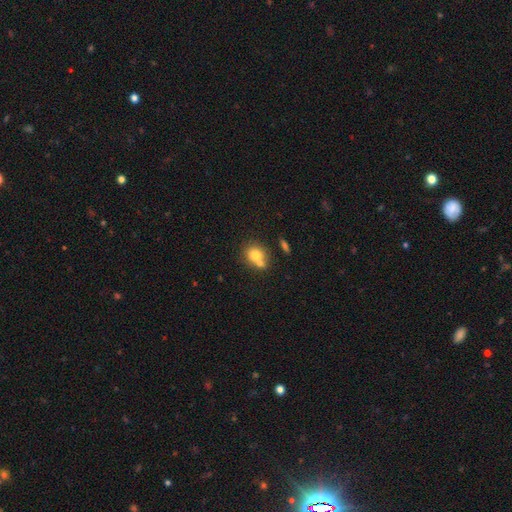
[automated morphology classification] This appears to be a smooth galaxy with no disk features (74%) that is round (73%). Merging: merger (44%).